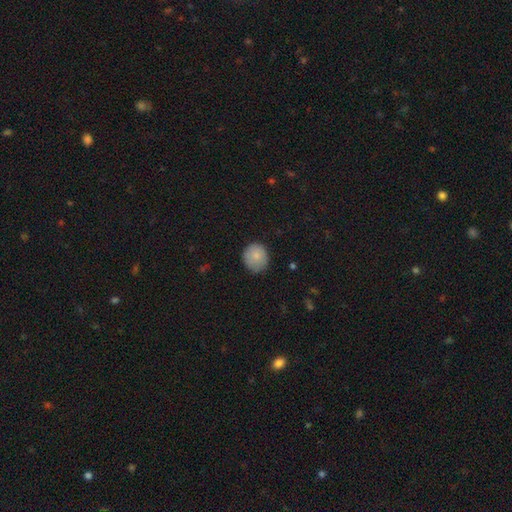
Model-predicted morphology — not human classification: This appears to be a smooth galaxy with no disk features (83%) that is round (81%). Merging: none (76%).